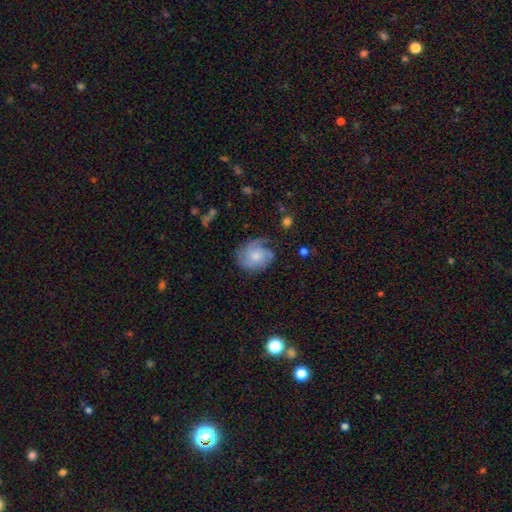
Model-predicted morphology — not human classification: smooth_or_featured: featured or disk (p=0.65) [alt: smooth p=0.27]
disk_edge_on: no (p=0.98) [alt: yes p=0.02]
bar: no (p=0.78) [alt: weak p=0.20]
has_spiral_arms: yes (p=0.91) [alt: no p=0.09]
spiral_winding: tight (p=0.44) [alt: medium p=0.39]
spiral_arm_count: 3 (p=0.32) [alt: can't tell p=0.29]
bulge_size: small (p=0.46) [alt: moderate p=0.41]
merging: none (p=0.64) [alt: minor disturbance p=0.23]